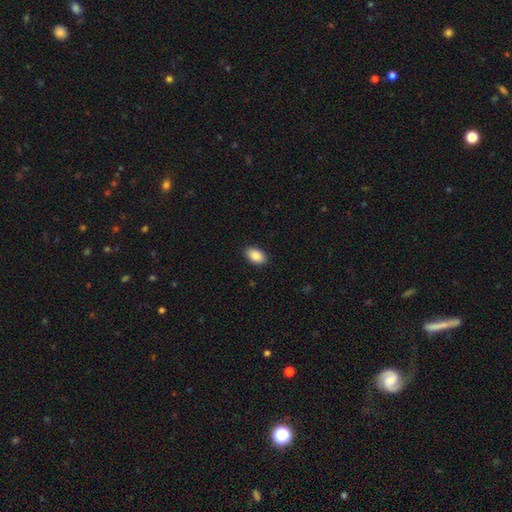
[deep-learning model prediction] smooth_or_featured: smooth (p=0.89) [alt: star or artifact p=0.07]
how_rounded: in between (p=0.93) [alt: round p=0.05]
merging: none (p=0.89) [alt: minor disturbance p=0.08]